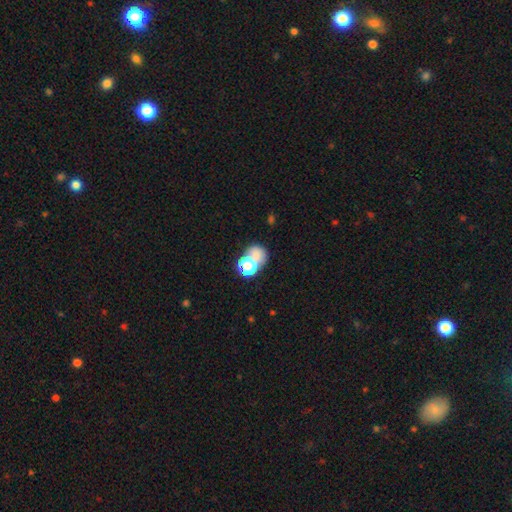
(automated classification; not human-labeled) Smooth or featured?
  - smooth: 67% *
  - featured or disk: 19%
  - star or artifact: 14%
How rounded?
  - round: 52% *
  - in between: 47%
  - cigar-shaped: 1%
Merging?
  - merger: 57% *
  - none: 25%
  - minor disturbance: 9%
  - major disturbance: 8%